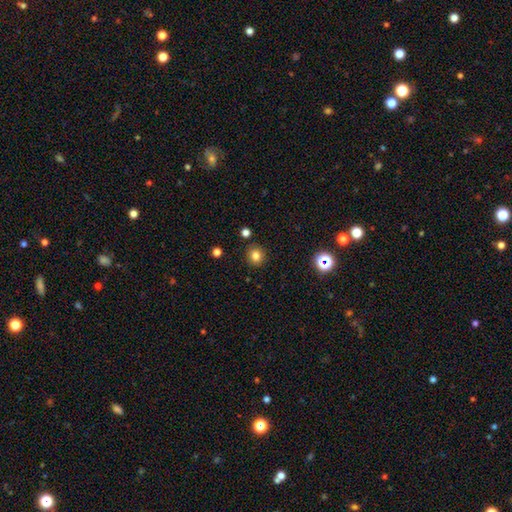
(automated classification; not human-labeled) This appears to be a smooth galaxy with no disk features (80%) that is round (87%). Merging: none (89%).